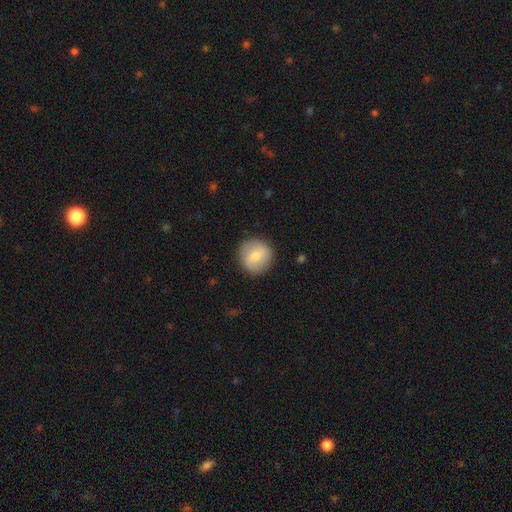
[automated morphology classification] Overall: smooth (70%). How rounded: round (93%). Merging: none (88%).